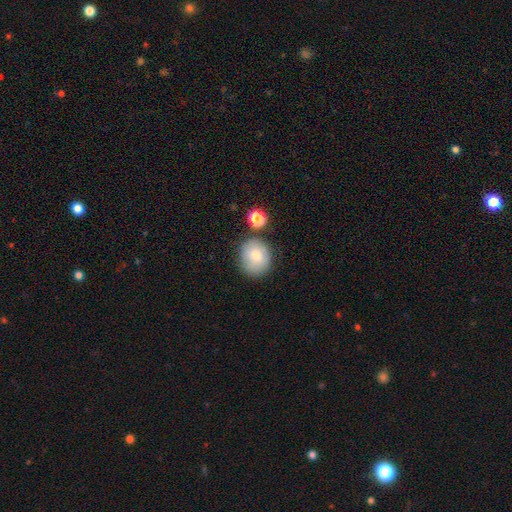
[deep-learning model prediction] smooth 78%, featured or disk 14%, star or artifact 9%. Down the decision tree: how rounded — round (74%); merging — none (69%).